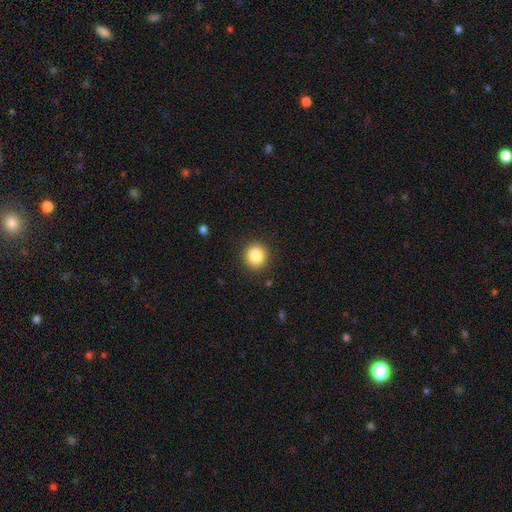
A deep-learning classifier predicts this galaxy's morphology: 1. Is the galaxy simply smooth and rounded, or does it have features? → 86% smooth, 9% star or artifact, 5% featured or disk.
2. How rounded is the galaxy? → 92% round, 7% in between, 1% cigar-shaped.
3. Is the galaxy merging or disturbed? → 90% none, 6% minor disturbance, 2% major disturbance, 1% merger.